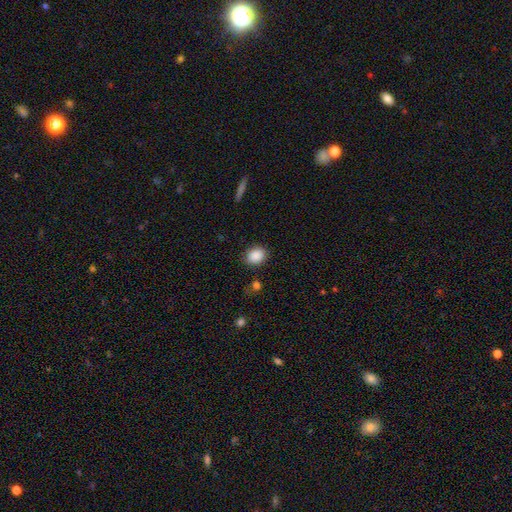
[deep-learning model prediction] Q: Smooth or featured?
A: smooth (89%); runner-up: star or artifact (8%)
Q: How rounded?
A: round (54%); runner-up: in between (45%)
Q: Merging?
A: none (85%); runner-up: minor disturbance (10%)